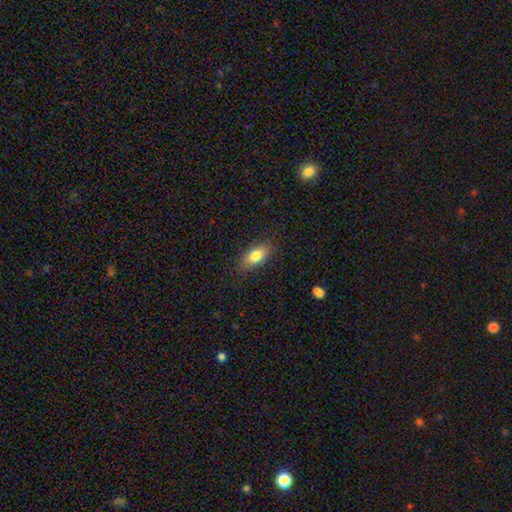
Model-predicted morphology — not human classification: This is likely a smooth galaxy (80%). How rounded: clearly in between (85%). Merging: clearly none (85%).